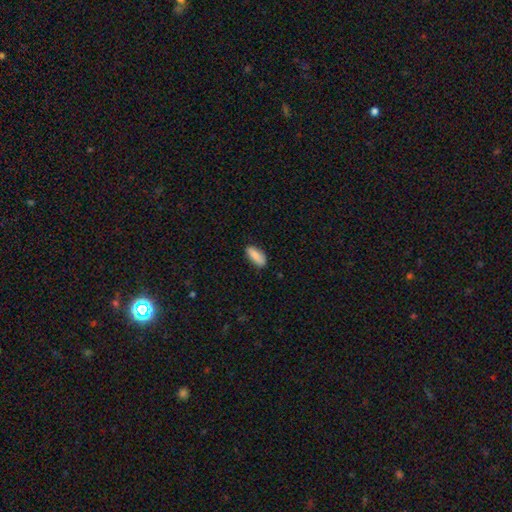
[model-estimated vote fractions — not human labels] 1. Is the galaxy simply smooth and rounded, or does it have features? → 85% smooth, 8% featured or disk, 6% star or artifact.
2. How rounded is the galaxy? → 80% in between, 18% cigar-shaped, 2% round.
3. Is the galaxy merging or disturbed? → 84% none, 13% minor disturbance, 2% major disturbance, 1% merger.